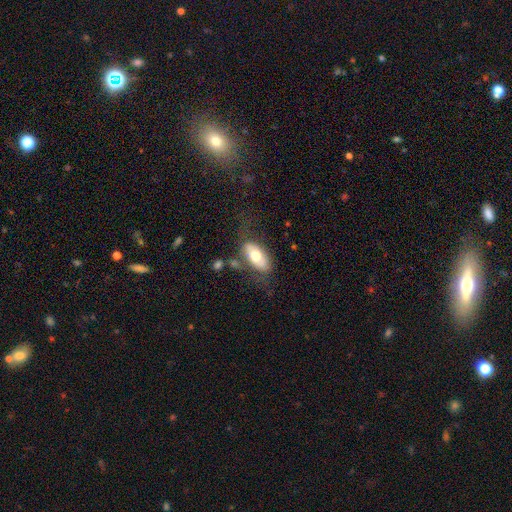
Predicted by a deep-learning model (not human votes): Smooth or featured? Predicted: smooth (p=0.59). How rounded? Predicted: in between (p=0.90). Merging? Predicted: none (p=0.62).